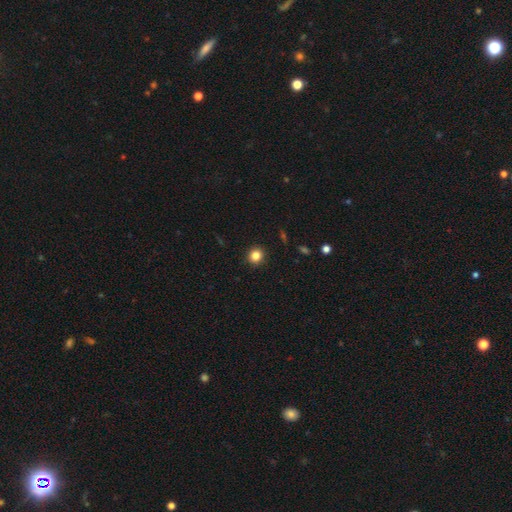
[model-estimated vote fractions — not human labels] Smooth or featured?
  - smooth: 83% *
  - star or artifact: 12%
  - featured or disk: 5%
How rounded?
  - round: 90% *
  - in between: 9%
  - cigar-shaped: 1%
Merging?
  - none: 92% *
  - minor disturbance: 5%
  - major disturbance: 2%
  - merger: 1%